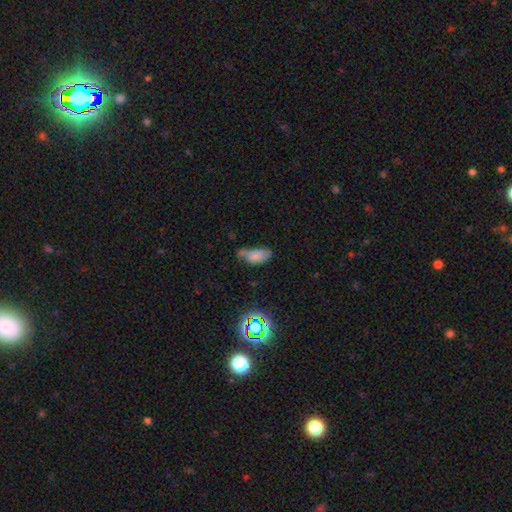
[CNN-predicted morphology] type=smooth (73%); roundness=in between (89%); merging=none (35%).